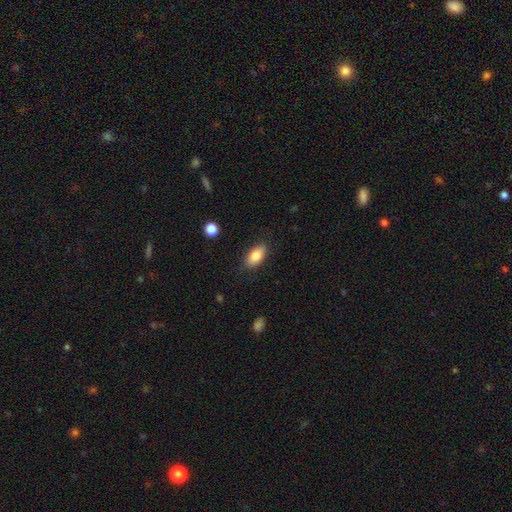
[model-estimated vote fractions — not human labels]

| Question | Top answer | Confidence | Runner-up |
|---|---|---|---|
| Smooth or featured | smooth | 83% | featured or disk (10%) |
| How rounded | in between | 89% | cigar-shaped (7%) |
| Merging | none | 83% | minor disturbance (13%) |